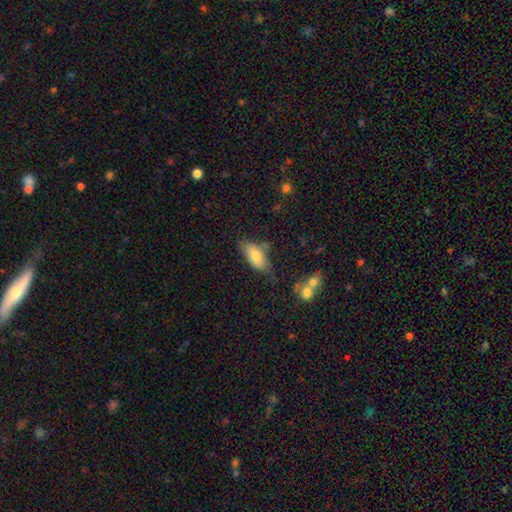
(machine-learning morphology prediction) Smooth or featured? smooth (75%)
How rounded? in between (85%)
Merging? none (57%)